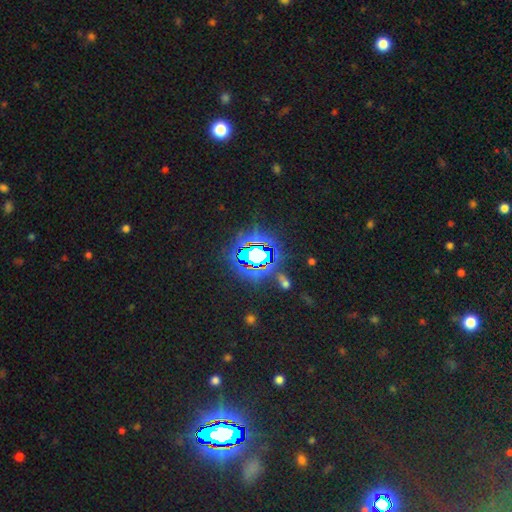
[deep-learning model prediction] Smooth or featured: star or artifact — 75% (smooth — 15%)